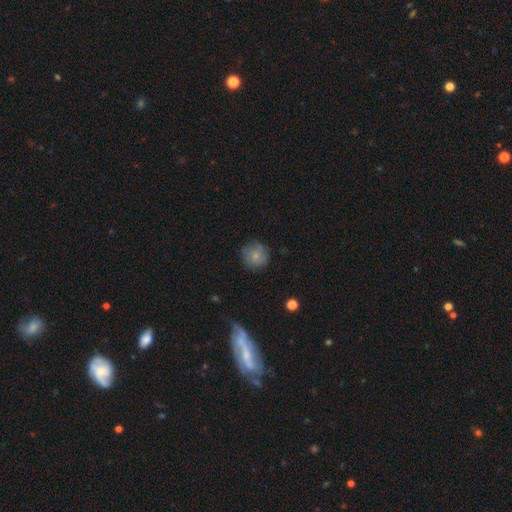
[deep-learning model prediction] smooth-or-featured: smooth: 73% | featured or disk: 18% | star or artifact: 9%
  how-rounded: round: 91% | in between: 8% | cigar-shaped: 1%
  merging: none: 76% | minor disturbance: 18% | major disturbance: 5% | merger: 1%